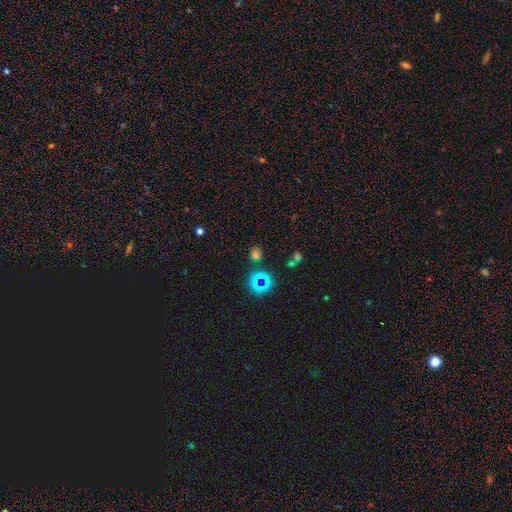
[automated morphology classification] The model was most divided on "smooth or featured": star or artifact: 53%, smooth: 40%, featured or disk: 7%.